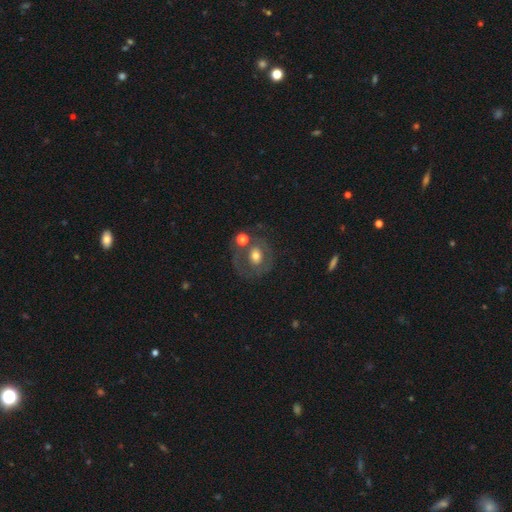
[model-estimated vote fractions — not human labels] Smooth or featured: smooth — 45% (featured or disk — 44%)
Merging: none — 57% (merger — 17%)